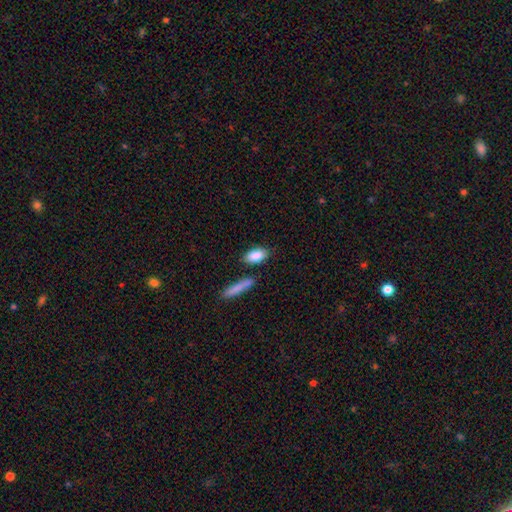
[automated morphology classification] Smooth or featured? Predicted: smooth (p=0.87). How rounded? Predicted: in between (p=0.86). Merging? Predicted: none (p=0.77).